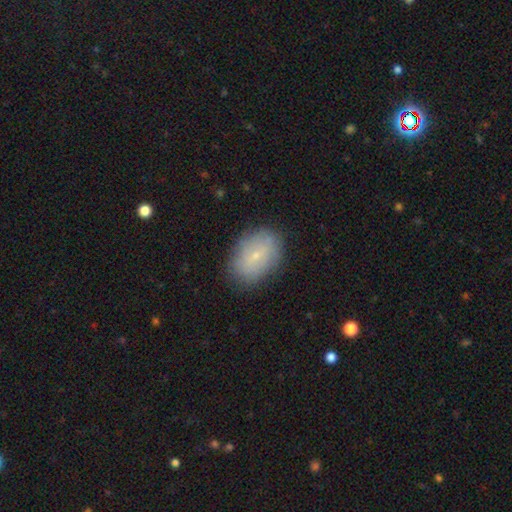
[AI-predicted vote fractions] Smooth or featured: smooth — 69% (featured or disk — 22%)
How rounded: in between — 83% (round — 16%)
Merging: none — 83% (minor disturbance — 13%)